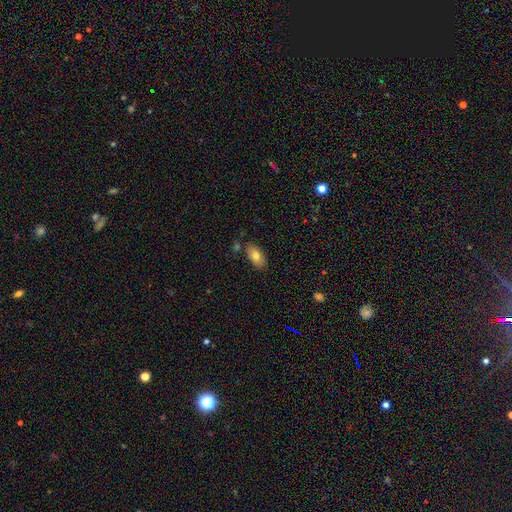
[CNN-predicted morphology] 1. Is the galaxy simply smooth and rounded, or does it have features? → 76% smooth, 17% featured or disk, 7% star or artifact.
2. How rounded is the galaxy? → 92% in between, 4% round, 3% cigar-shaped.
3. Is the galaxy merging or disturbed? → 79% none, 14% minor disturbance, 5% merger, 3% major disturbance.